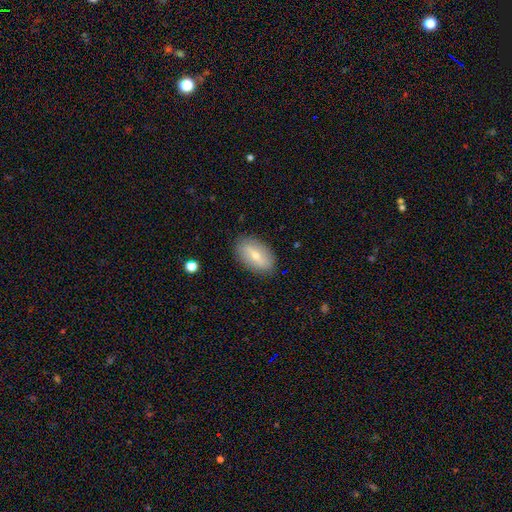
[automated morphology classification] Smooth or featured?
  - smooth: 53% *
  - featured or disk: 40%
  - star or artifact: 7%
How rounded?
  - in between: 91% *
  - round: 6%
  - cigar-shaped: 4%
Merging?
  - none: 85% *
  - minor disturbance: 11%
  - major disturbance: 3%
  - merger: 1%